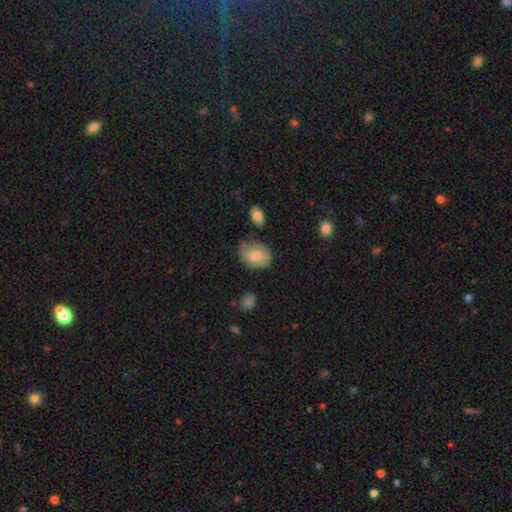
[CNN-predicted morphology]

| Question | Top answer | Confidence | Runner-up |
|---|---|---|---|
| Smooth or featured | smooth | 50% | featured or disk (42%) |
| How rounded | in between | 55% | round (43%) |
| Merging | none | 68% | minor disturbance (23%) |